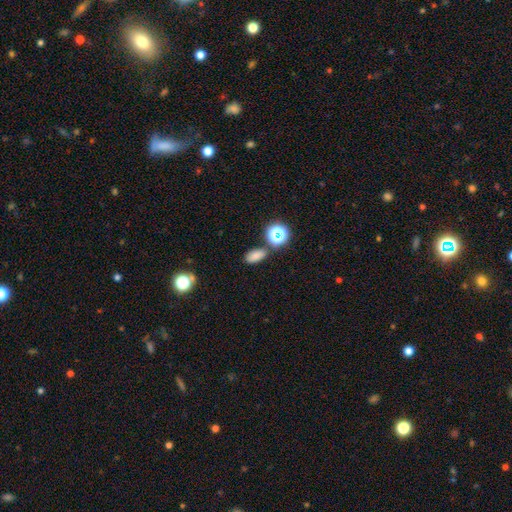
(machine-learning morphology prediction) smooth 75%, star or artifact 18%, featured or disk 7%. Down the decision tree: how rounded — in between (86%); merging — none (77%).